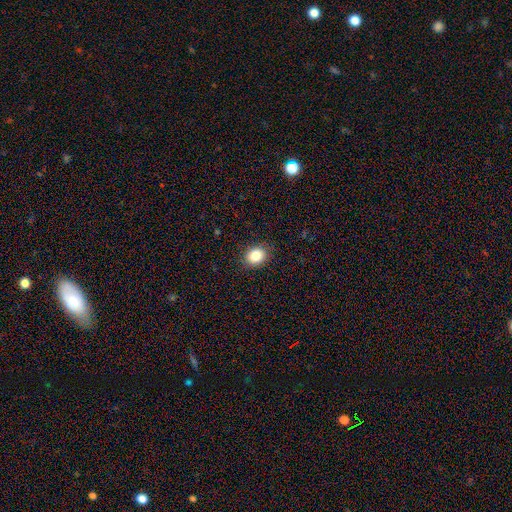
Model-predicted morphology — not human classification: Smooth or featured?
  - smooth: 83% *
  - star or artifact: 10%
  - featured or disk: 7%
How rounded?
  - round: 53% *
  - in between: 47%
  - cigar-shaped: 1%
Merging?
  - none: 88% *
  - minor disturbance: 9%
  - major disturbance: 2%
  - merger: 1%